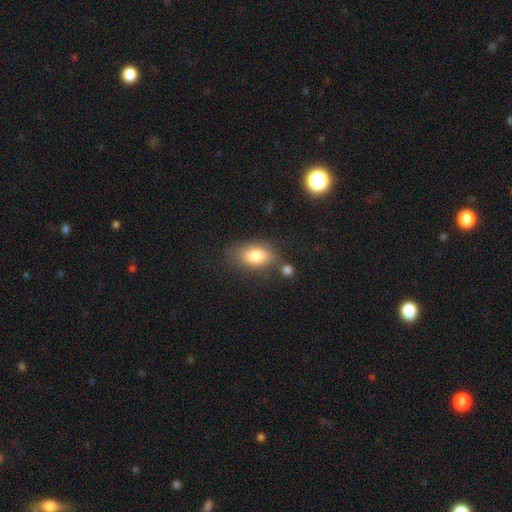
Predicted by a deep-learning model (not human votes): Smooth or featured: smooth — 81% (featured or disk — 11%)
How rounded: in between — 87% (round — 10%)
Merging: none — 58% (minor disturbance — 20%)